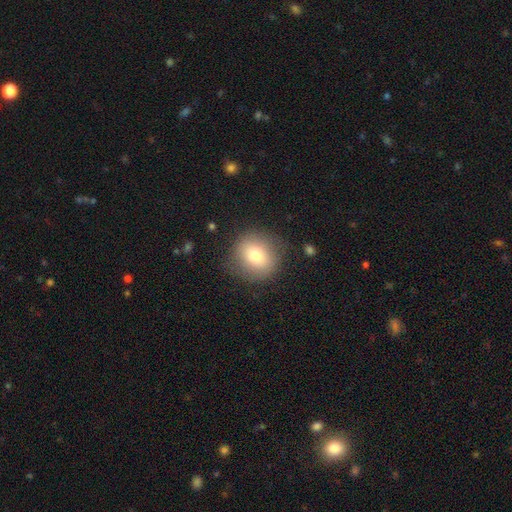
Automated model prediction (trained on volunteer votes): Smooth or featured?
  - smooth: 74% *
  - featured or disk: 16%
  - star or artifact: 10%
How rounded?
  - round: 86% *
  - in between: 12%
  - cigar-shaped: 1%
Merging?
  - none: 83% *
  - minor disturbance: 12%
  - major disturbance: 4%
  - merger: 1%